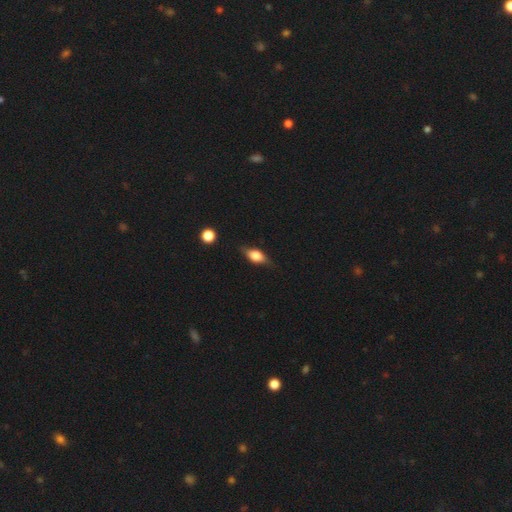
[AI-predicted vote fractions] Q: Smooth or featured?
A: smooth (49%); runner-up: featured or disk (43%)
Q: Merging?
A: none (79%); runner-up: minor disturbance (16%)